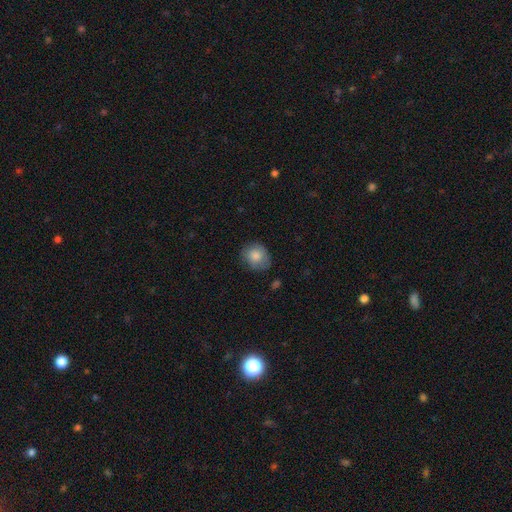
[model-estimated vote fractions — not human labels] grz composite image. It shows a smooth galaxy with no disk features (82%) that is round (69%). Merging: none (72%).